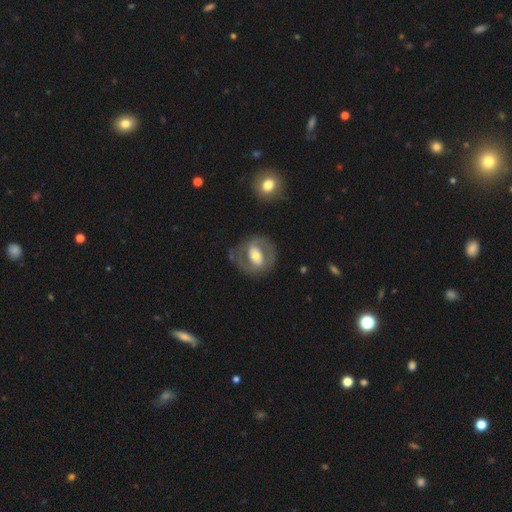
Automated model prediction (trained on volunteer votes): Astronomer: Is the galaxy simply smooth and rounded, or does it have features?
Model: featured or disk — 74%.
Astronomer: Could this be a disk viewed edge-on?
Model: no — 97%.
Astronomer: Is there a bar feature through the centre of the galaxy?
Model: weak — 35% (runner-up: no, 33%).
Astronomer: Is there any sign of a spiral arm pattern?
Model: yes — 72%.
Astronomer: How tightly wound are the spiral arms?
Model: medium — 48% (runner-up: tight, 35%).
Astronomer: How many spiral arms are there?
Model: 2 — 83%.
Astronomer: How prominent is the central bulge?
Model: moderate — 62%.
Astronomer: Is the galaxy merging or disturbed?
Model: none — 72%.